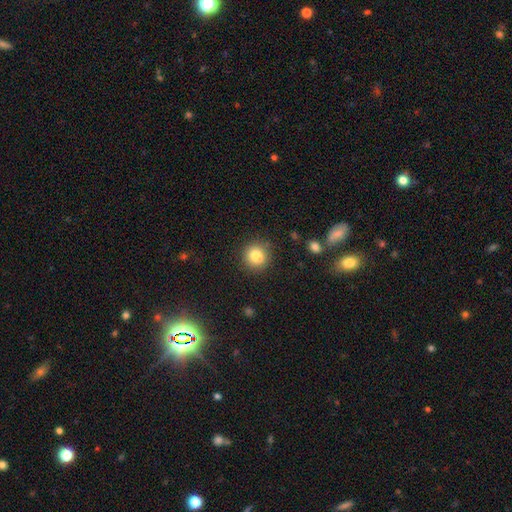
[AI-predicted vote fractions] smooth 81%, star or artifact 11%, featured or disk 9%. Down the decision tree: how rounded — round (85%); merging — none (77%).